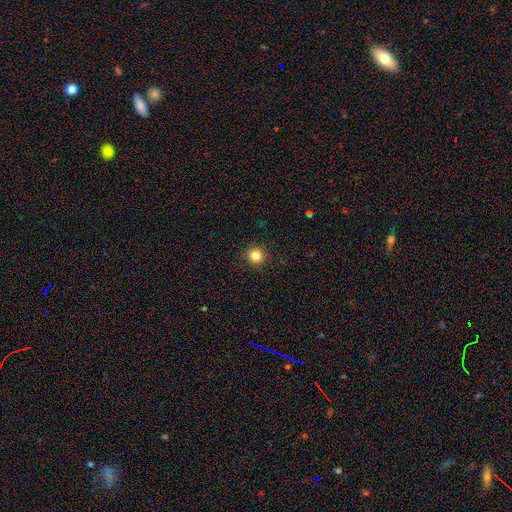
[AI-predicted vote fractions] Smooth or featured? Predicted: smooth (p=0.84). How rounded? Predicted: round (p=0.92). Merging? Predicted: none (p=0.91).